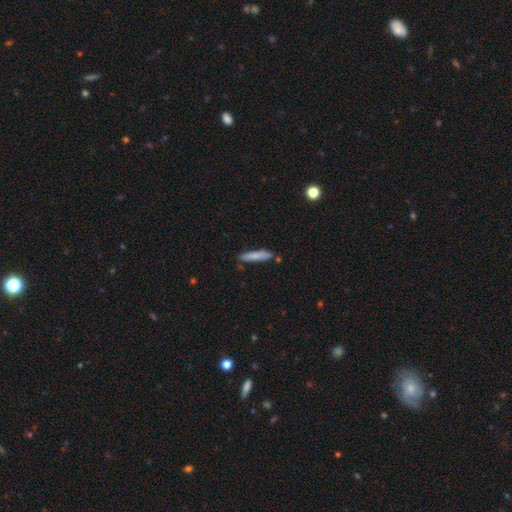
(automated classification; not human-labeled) This appears to be a smooth galaxy with no disk features (79%) that is cigar-shaped (86%). Merging: none (75%).